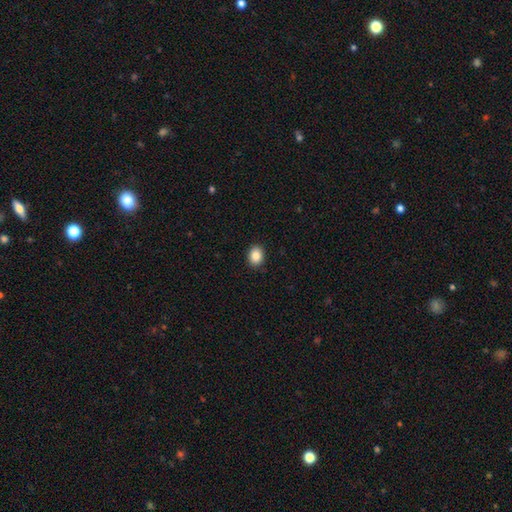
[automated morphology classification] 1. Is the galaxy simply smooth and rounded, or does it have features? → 86% smooth, 9% star or artifact, 5% featured or disk.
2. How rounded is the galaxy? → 58% in between, 41% round, 1% cigar-shaped.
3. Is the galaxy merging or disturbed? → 91% none, 7% minor disturbance, 2% major disturbance, 1% merger.